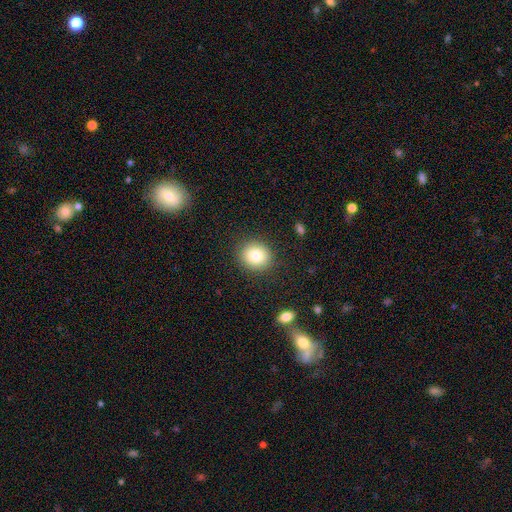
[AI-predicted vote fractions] smooth 83%, star or artifact 9%, featured or disk 8%. Down the decision tree: how rounded — round (79%); merging — none (88%).